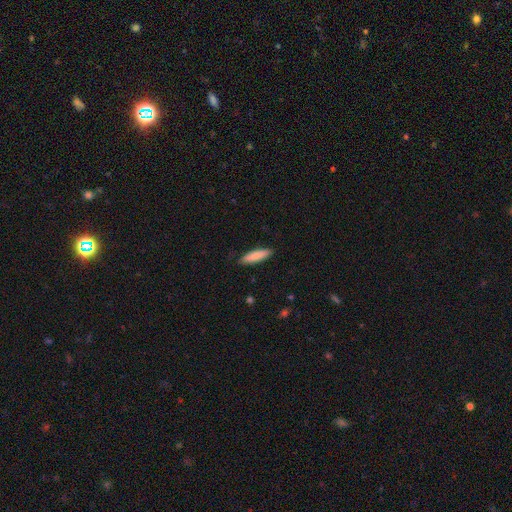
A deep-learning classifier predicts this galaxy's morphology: smooth_or_featured: smooth (p=0.84) [alt: featured or disk p=0.10]
how_rounded: cigar-shaped (p=0.68) [alt: in between p=0.31]
merging: none (p=0.87) [alt: minor disturbance p=0.10]